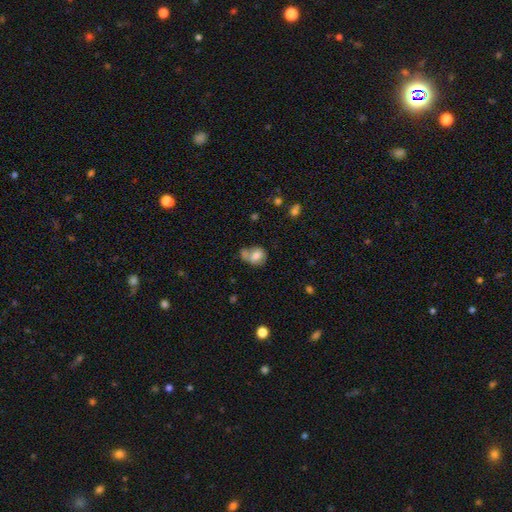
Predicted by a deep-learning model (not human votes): This is likely a smooth galaxy (71%). How rounded: possibly in between (52%). Merging: marginally merger (34%).